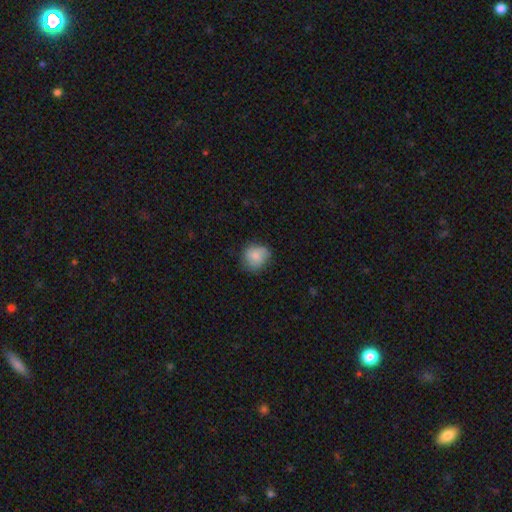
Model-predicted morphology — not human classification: Smooth or featured: smooth — 79% (featured or disk — 13%)
How rounded: round — 76% (in between — 23%)
Merging: none — 69% (minor disturbance — 24%)